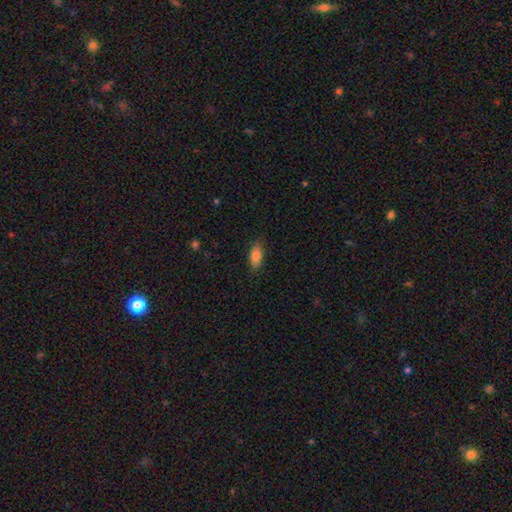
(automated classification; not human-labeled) smooth 84%, featured or disk 9%, star or artifact 7%. Down the decision tree: how rounded — in between (85%); merging — none (83%).